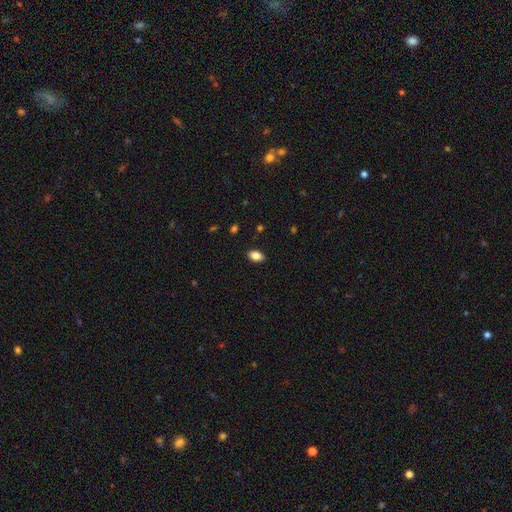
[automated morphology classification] Overall: smooth (85%). How rounded: in between (89%). Merging: none (88%).